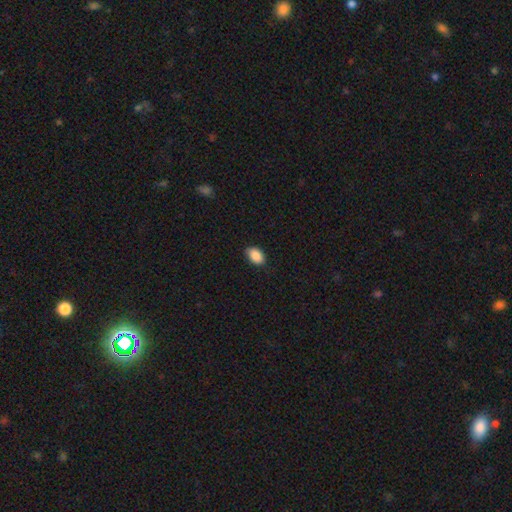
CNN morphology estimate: Smooth or featured: smooth — 89% (star or artifact — 7%)
How rounded: in between — 89% (round — 10%)
Merging: none — 84% (minor disturbance — 13%)